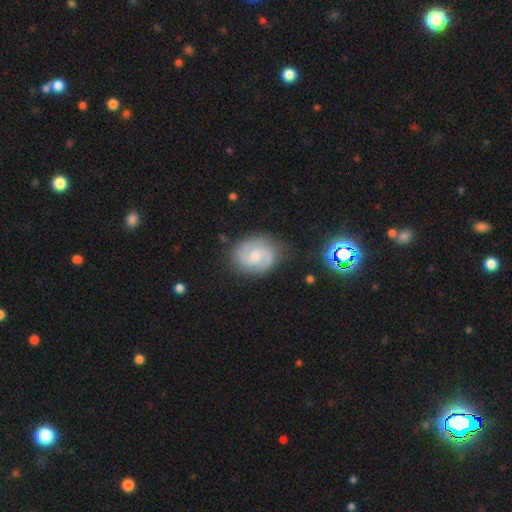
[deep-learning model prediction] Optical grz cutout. It shows a featured or disk galaxy (78%) with no bar (49%), 2 (89%) medium (51%) spiral arms (96%) and a moderate central bulge (52%). Merging: none (81%).